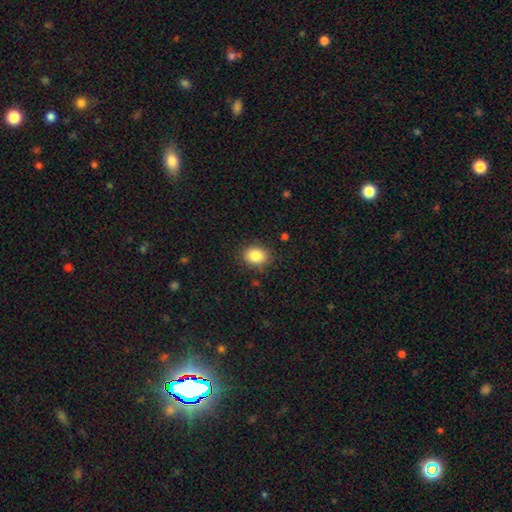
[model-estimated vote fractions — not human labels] smooth-or-featured: smooth: 86% | star or artifact: 9% | featured or disk: 5%
  how-rounded: round: 50% | in between: 49% | cigar-shaped: 1%
  merging: none: 86% | minor disturbance: 10% | major disturbance: 3% | merger: 1%